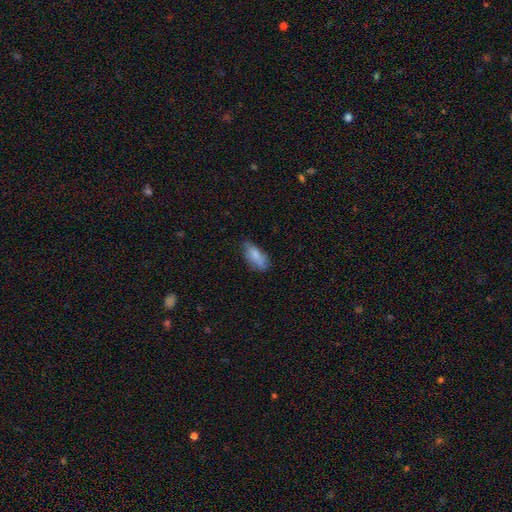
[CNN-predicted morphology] Smooth or featured: smooth — 80% (featured or disk — 13%)
How rounded: in between — 80% (cigar-shaped — 17%)
Merging: none — 65% (minor disturbance — 27%)